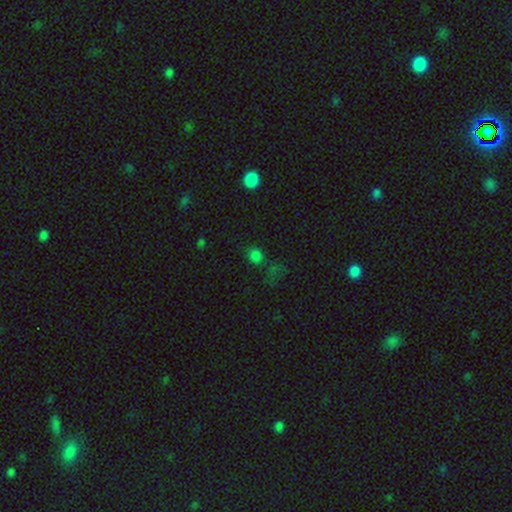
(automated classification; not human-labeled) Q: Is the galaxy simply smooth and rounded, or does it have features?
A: smooth — 68%.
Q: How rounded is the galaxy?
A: round — 71%.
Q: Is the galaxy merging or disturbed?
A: none — 68%.